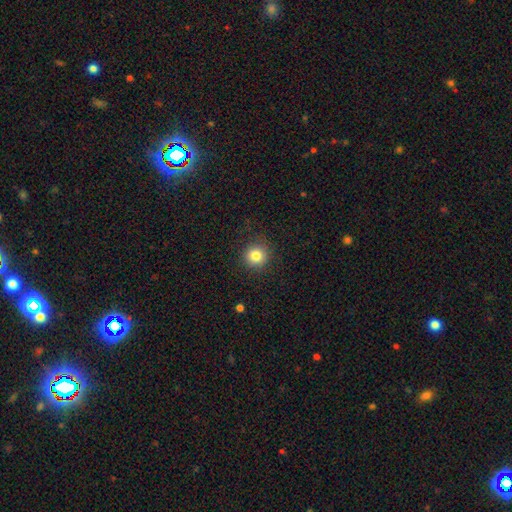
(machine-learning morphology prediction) smooth-or-featured: smooth: 82% | star or artifact: 11% | featured or disk: 6%
  how-rounded: round: 93% | in between: 6% | cigar-shaped: 1%
  merging: none: 89% | minor disturbance: 8% | major disturbance: 3% | merger: 1%